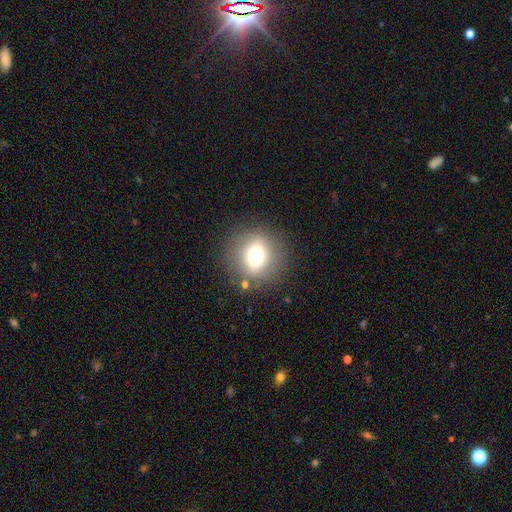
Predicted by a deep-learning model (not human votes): Smooth or featured? Predicted: smooth (p=0.70). How rounded? Predicted: round (p=0.89). Merging? Predicted: none (p=0.84).